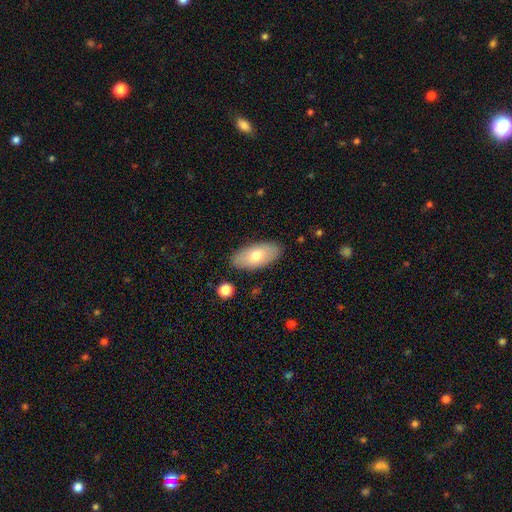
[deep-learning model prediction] A smooth galaxy with no disk features (73%) that is in between round and cigar-shaped (91%). Merging: none (86%).